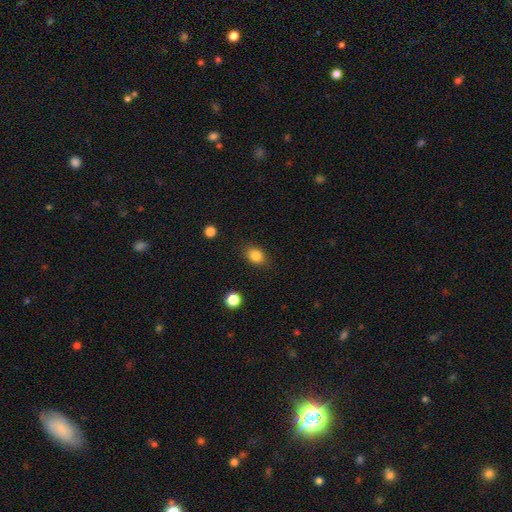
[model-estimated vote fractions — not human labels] Overall: smooth (84%). How rounded: in between (61%; round 38%). Merging: none (85%).